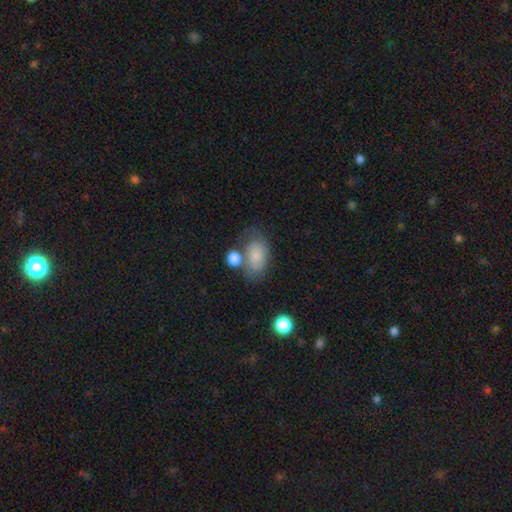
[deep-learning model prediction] Smooth or featured?
  - smooth: 72% *
  - featured or disk: 19%
  - star or artifact: 9%
How rounded?
  - in between: 86% *
  - round: 13%
  - cigar-shaped: 2%
Merging?
  - none: 48% *
  - minor disturbance: 23%
  - merger: 17%
  - major disturbance: 12%